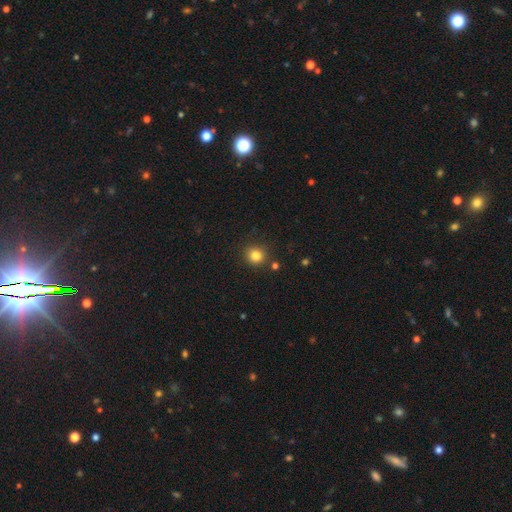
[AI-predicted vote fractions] Smooth or featured: smooth — 82% (star or artifact — 12%)
How rounded: round — 90% (in between — 9%)
Merging: none — 87% (minor disturbance — 7%)